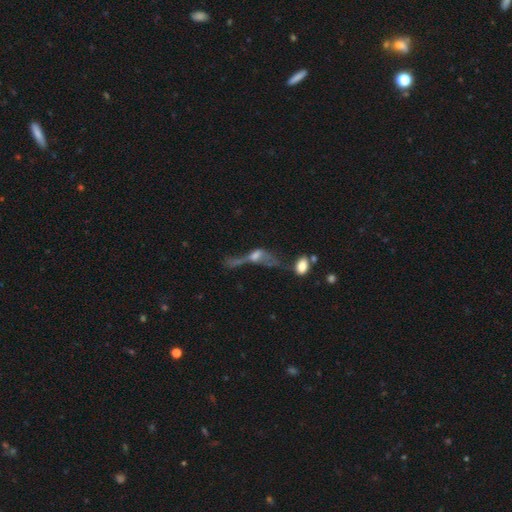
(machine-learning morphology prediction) The model was most divided on "merging": major disturbance: 41%, merger: 33%, none: 16%, minor disturbance: 9%. Remaining: smooth or featured — featured or disk (49%).